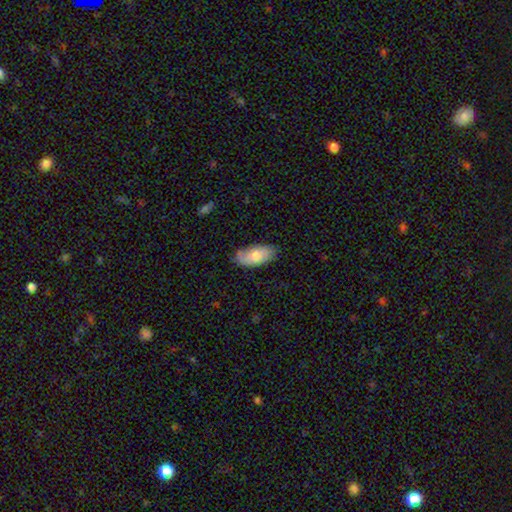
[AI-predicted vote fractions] The model was most divided on "smooth or featured": smooth: 73%, featured or disk: 22%, star or artifact: 6%. More confident: how rounded — in between (93%); merging — none (73%).